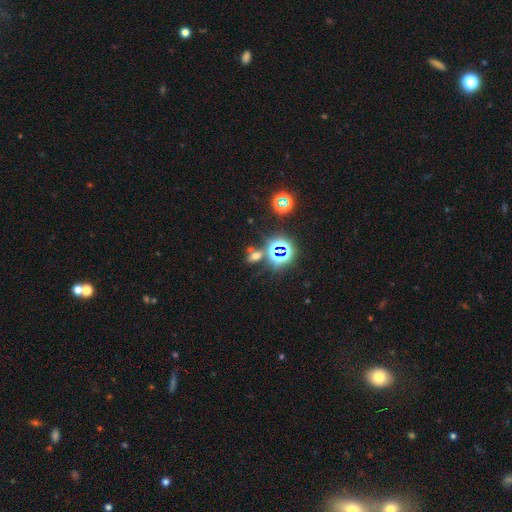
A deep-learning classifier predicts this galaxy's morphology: Smooth or featured?
  - star or artifact: 45% *
  - smooth: 42%
  - featured or disk: 13%